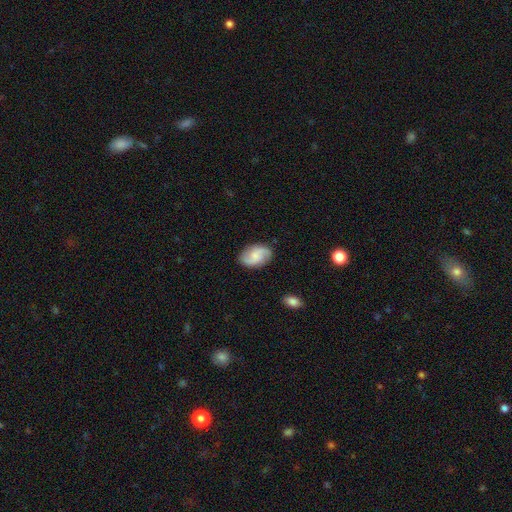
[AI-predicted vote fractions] featured or disk 60%, smooth 32%, star or artifact 7%. Down the decision tree: edge-on disk — no (97%); bar — no (60%); spiral arms — yes (94%); spiral arm count — 2 (73%); spiral winding — medium (41%); bulge size — small (45%); merging — none (82%).